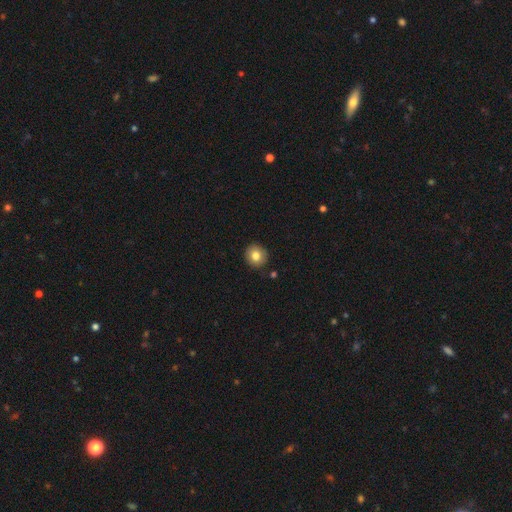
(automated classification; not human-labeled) smooth 81%, featured or disk 9%, star or artifact 9%. Down the decision tree: how rounded — round (88%); merging — none (90%).